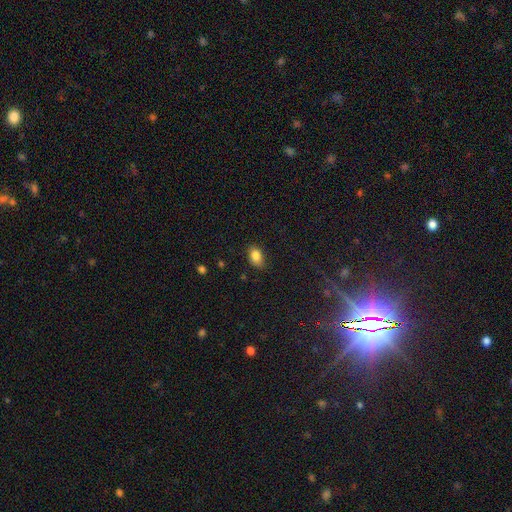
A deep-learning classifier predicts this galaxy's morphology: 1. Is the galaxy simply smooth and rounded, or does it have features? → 85% smooth, 9% star or artifact, 6% featured or disk.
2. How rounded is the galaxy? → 86% in between, 12% round, 2% cigar-shaped.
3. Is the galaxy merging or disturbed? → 79% none, 16% minor disturbance, 3% major disturbance, 1% merger.